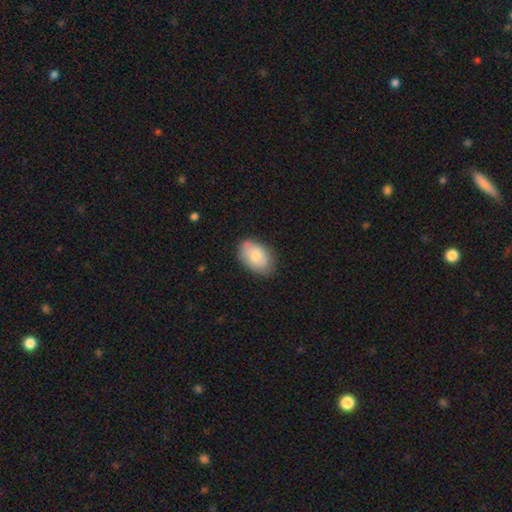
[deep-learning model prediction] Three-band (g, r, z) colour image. It shows a smooth galaxy with no disk features (79%) that is in between round and cigar-shaped (90%). Merging: none (77%).